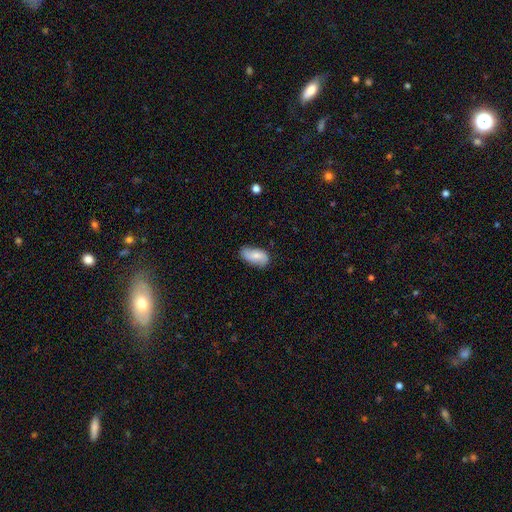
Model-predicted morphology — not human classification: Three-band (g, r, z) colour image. It shows a smooth galaxy with no disk features (59%) that is in between round and cigar-shaped (92%). Merging: none (70%).